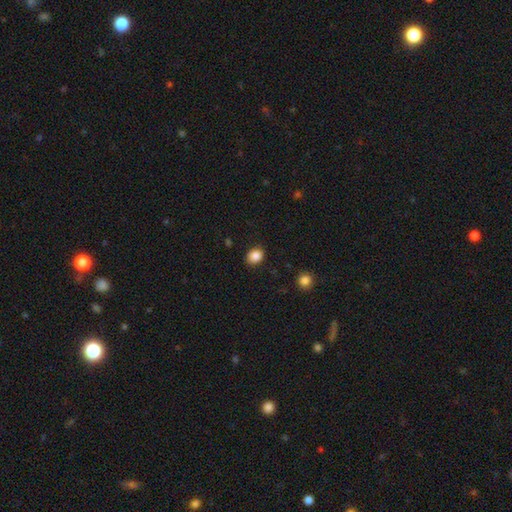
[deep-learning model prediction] This is clearly a smooth galaxy (86%). How rounded: possibly round (52%). Merging: clearly none (87%).